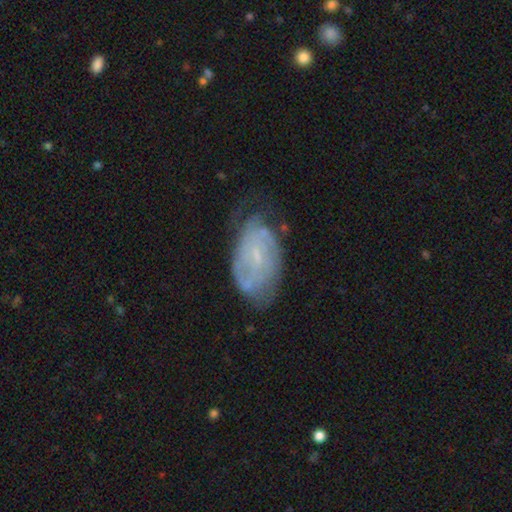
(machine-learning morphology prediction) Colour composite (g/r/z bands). It shows a featured or disk galaxy (69%) with no bar (58%), tight (57%) spiral arms (78%) and a small central bulge (73%). Merging: none (50%).